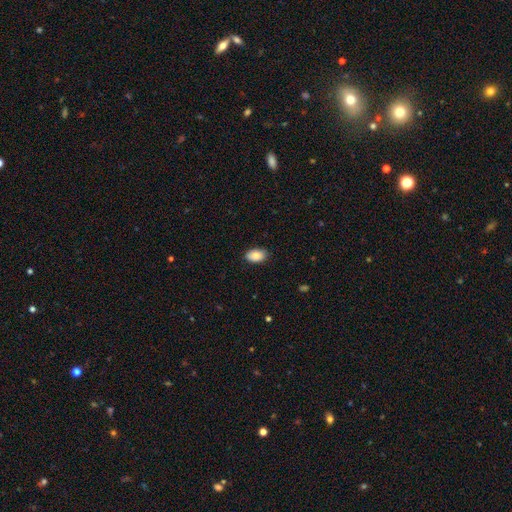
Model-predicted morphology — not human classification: Smooth or featured: smooth — 87% (star or artifact — 7%)
How rounded: in between — 90% (round — 8%)
Merging: none — 86% (minor disturbance — 11%)